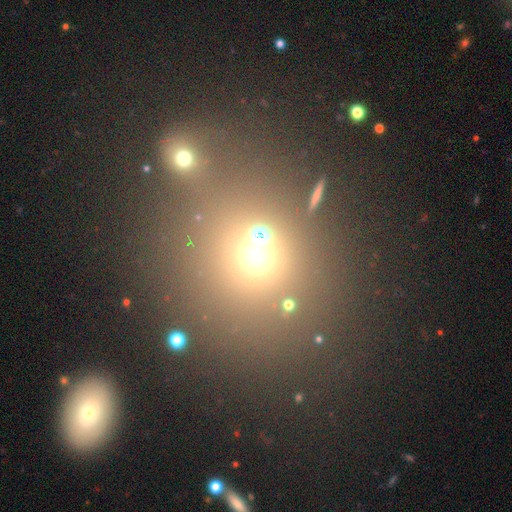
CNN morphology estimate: Overall: smooth (55%; star or artifact 33%). How rounded: round (85%). Merging: none (61%; merger 23%).